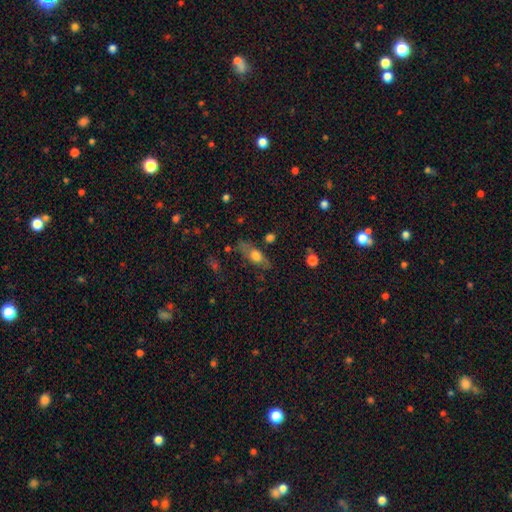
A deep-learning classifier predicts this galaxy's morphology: Smooth or featured?
  - smooth: 61% *
  - featured or disk: 31%
  - star or artifact: 8%
How rounded?
  - in between: 63% *
  - cigar-shaped: 31%
  - round: 6%
Merging?
  - none: 69% *
  - minor disturbance: 20%
  - major disturbance: 7%
  - merger: 4%